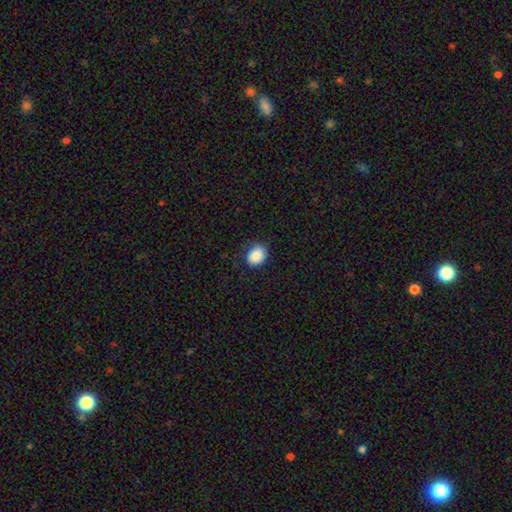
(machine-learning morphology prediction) A smooth galaxy with no disk features (87%) that is in between round and cigar-shaped (59%). Merging: none (76%).